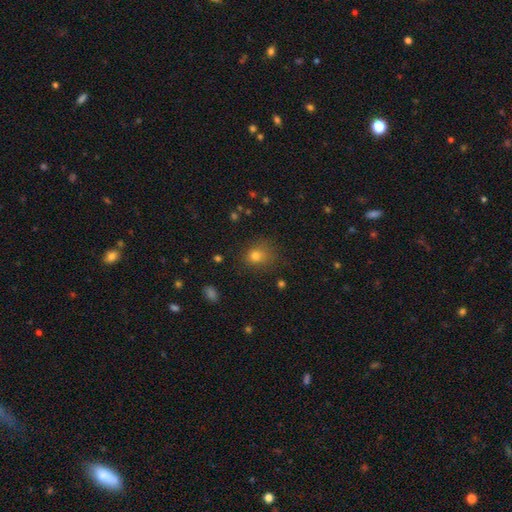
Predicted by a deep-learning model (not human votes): This is likely a smooth galaxy (76%). How rounded: likely round (65%). Merging: likely none (68%).